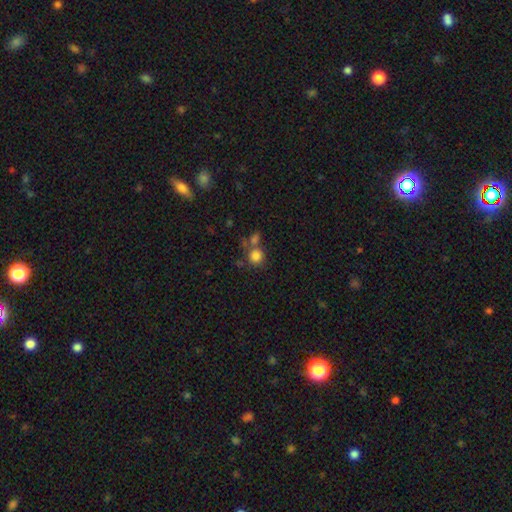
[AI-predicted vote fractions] smooth_or_featured: smooth (p=0.82) [alt: star or artifact p=0.11]
how_rounded: round (p=0.88) [alt: in between p=0.11]
merging: none (p=0.57) [alt: merger p=0.27]